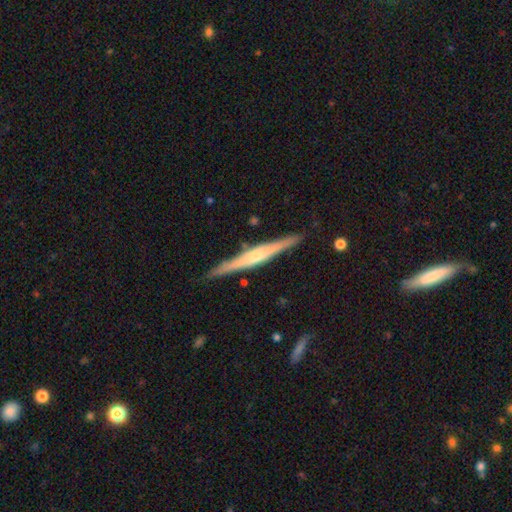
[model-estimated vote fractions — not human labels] featured or disk 73%, smooth 21%, star or artifact 5%. Down the decision tree: edge-on disk — yes (98%); edge-on bulge — rounded (68%); merging — none (88%).